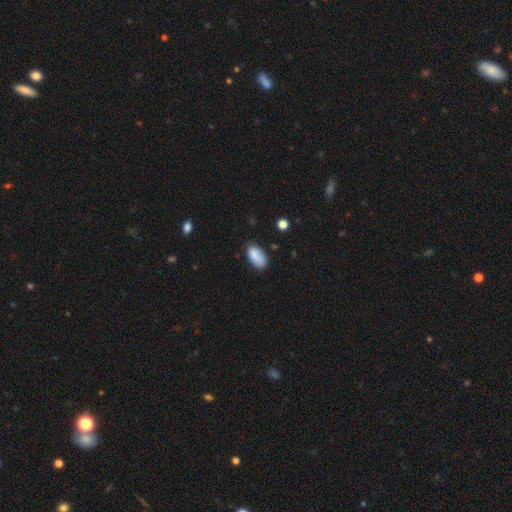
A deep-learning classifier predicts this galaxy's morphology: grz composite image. It shows a smooth galaxy with no disk features (85%) that is in between round and cigar-shaped (94%). Merging: none (70%).